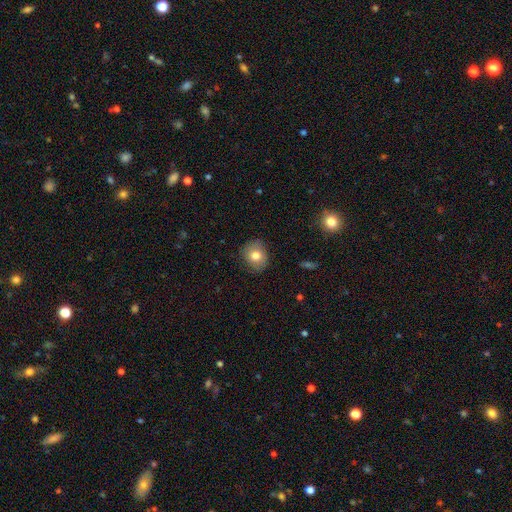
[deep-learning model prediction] smooth_or_featured: smooth (p=0.78) [alt: featured or disk p=0.13]
how_rounded: round (p=0.68) [alt: in between p=0.31]
merging: none (p=0.84) [alt: minor disturbance p=0.12]